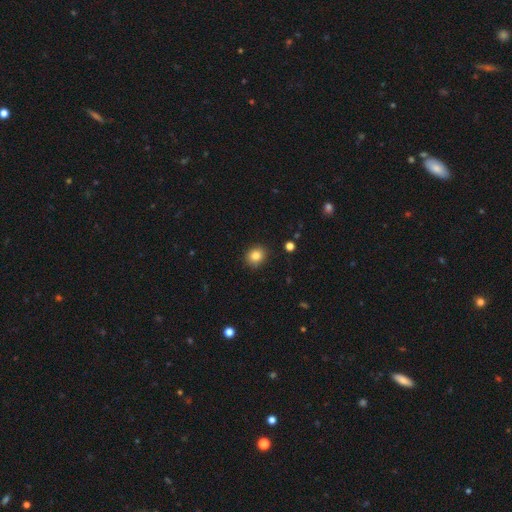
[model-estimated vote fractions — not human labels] Morphology: type=smooth (83%); roundness=round (78%); merging=none (89%).